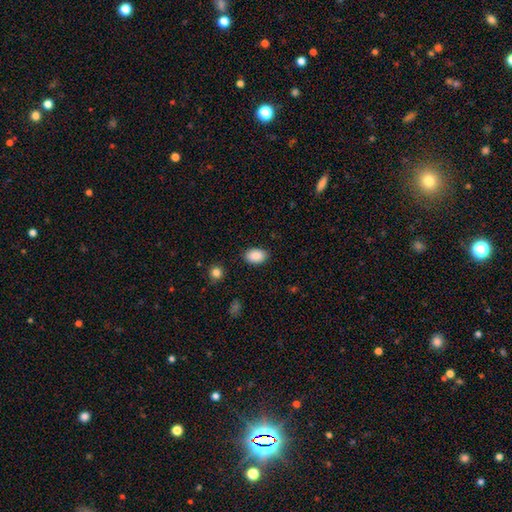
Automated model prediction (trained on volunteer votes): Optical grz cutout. It shows a smooth galaxy with no disk features (90%) that is in between round and cigar-shaped (86%). Merging: none (88%).